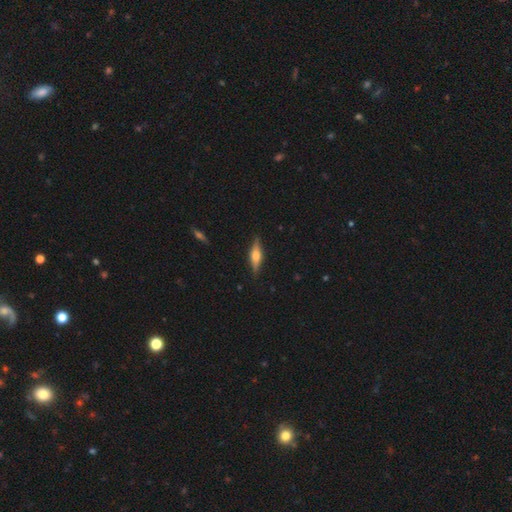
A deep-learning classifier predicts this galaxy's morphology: Smooth or featured? Predicted: featured or disk (p=0.57). Edge-on disk? Predicted: yes (p=0.95). Edge-on bulge? Predicted: rounded (p=0.89). Merging? Predicted: none (p=0.88).